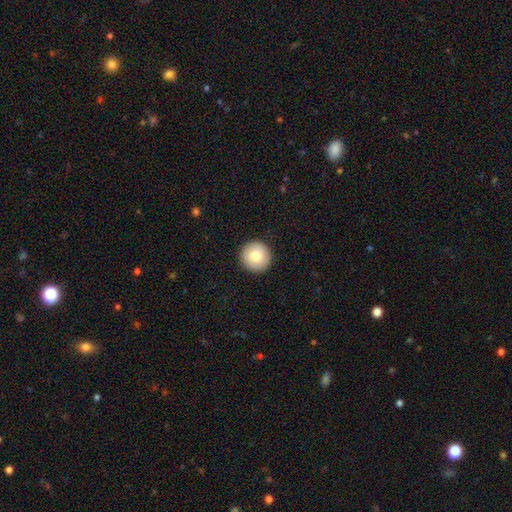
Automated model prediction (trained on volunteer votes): smooth 81%, featured or disk 11%, star or artifact 7%. Down the decision tree: how rounded — round (96%); merging — none (93%).